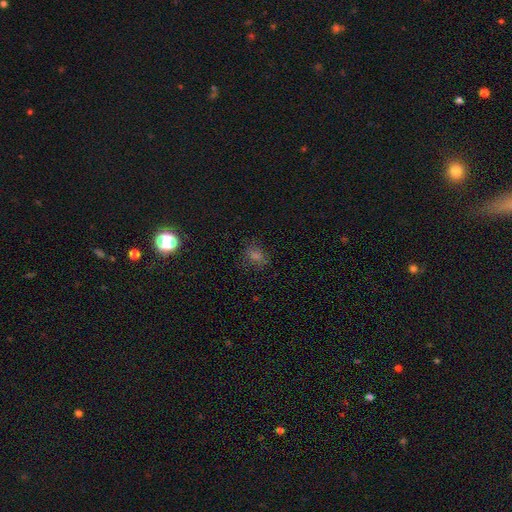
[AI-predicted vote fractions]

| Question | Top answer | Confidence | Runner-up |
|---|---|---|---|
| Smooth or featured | smooth | 55% | star or artifact (34%) |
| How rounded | round | 57% | in between (41%) |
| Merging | none | 79% | minor disturbance (14%) |